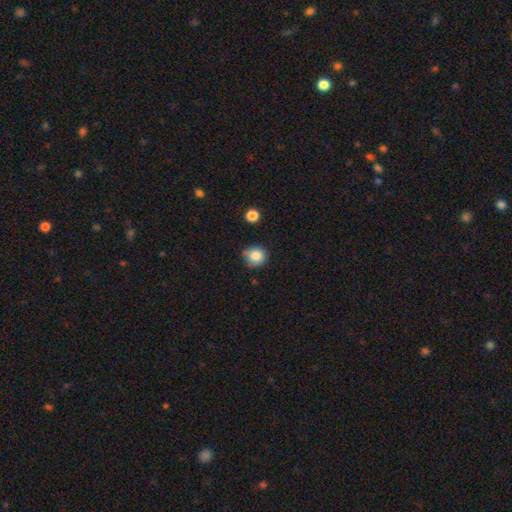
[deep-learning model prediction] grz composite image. It shows a smooth galaxy with no disk features (84%) that is round (88%). Merging: none (70%).